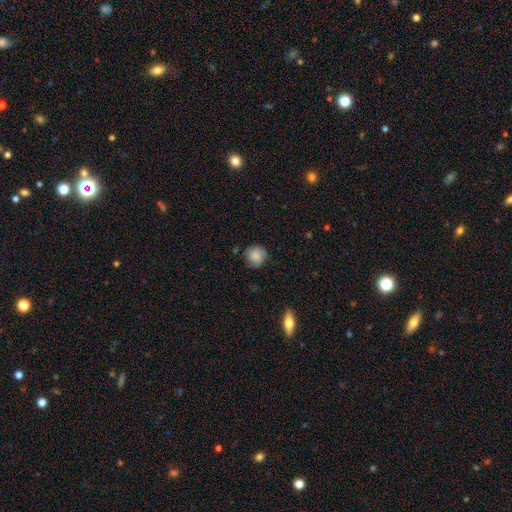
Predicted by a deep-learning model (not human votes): smooth 78%, featured or disk 14%, star or artifact 8%. Down the decision tree: how rounded — round (87%); merging — none (74%).